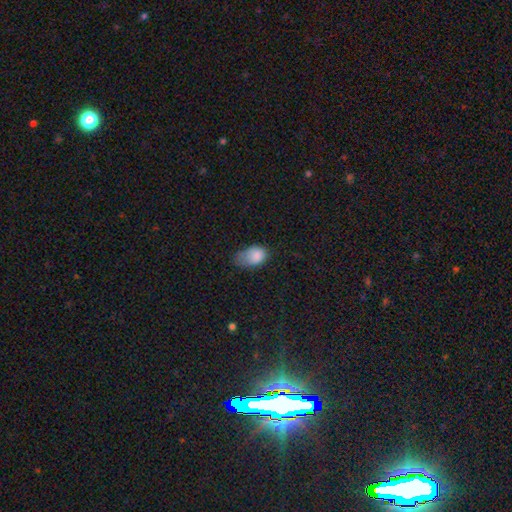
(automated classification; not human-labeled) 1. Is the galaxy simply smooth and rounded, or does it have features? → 83% smooth, 8% star or artifact, 8% featured or disk.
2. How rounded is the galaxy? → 87% in between, 11% round, 1% cigar-shaped.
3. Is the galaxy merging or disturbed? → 46% minor disturbance, 27% major disturbance, 24% none, 2% merger.